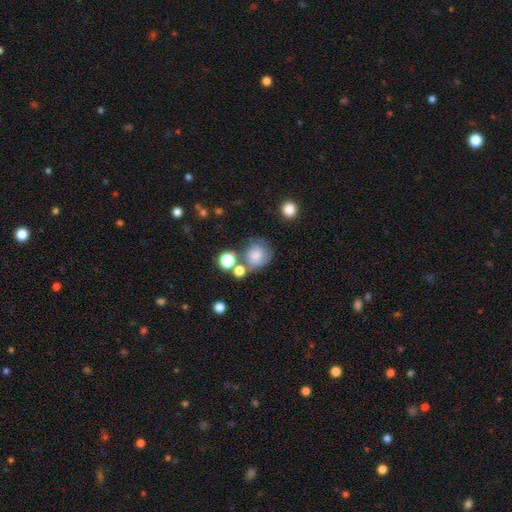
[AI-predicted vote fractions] This appears to be a smooth galaxy with no disk features (66%) that is round (78%). Merging: none (48%).